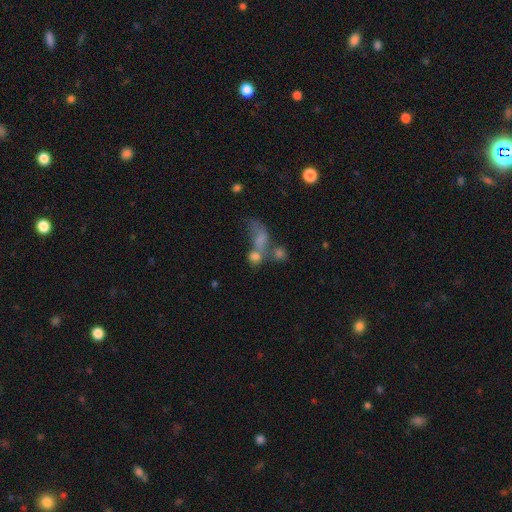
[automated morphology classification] smooth_or_featured: smooth (p=0.64) [alt: featured or disk p=0.19]
how_rounded: in between (p=0.52) [alt: round p=0.43]
merging: merger (p=0.55) [alt: none p=0.21]